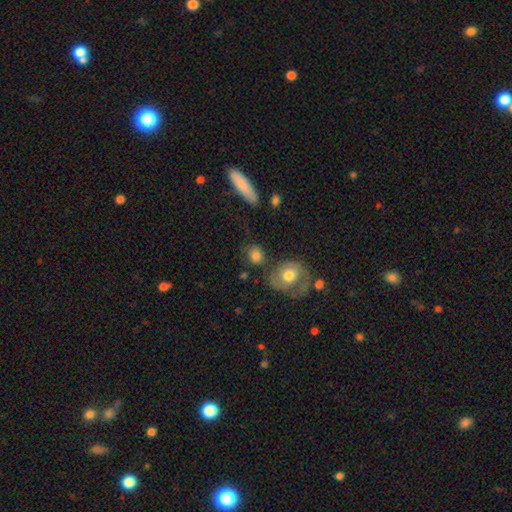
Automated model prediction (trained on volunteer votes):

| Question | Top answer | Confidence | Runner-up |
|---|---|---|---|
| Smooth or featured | smooth | 78% | featured or disk (13%) |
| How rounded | round | 65% | in between (32%) |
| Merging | none | 59% | minor disturbance (17%) |